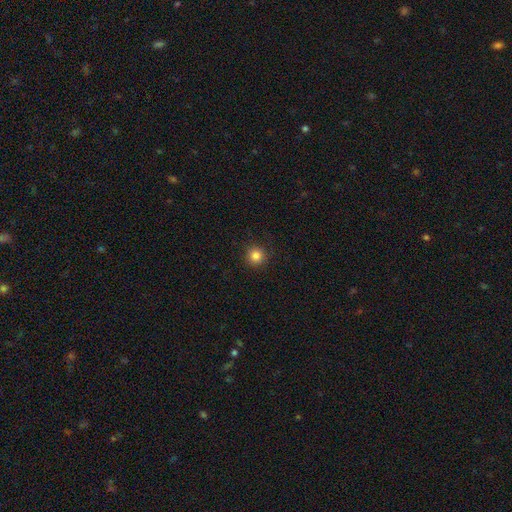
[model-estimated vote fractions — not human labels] Q: Smooth or featured?
A: smooth (84%); runner-up: star or artifact (12%)
Q: How rounded?
A: round (95%); runner-up: in between (4%)
Q: Merging?
A: none (91%); runner-up: minor disturbance (6%)